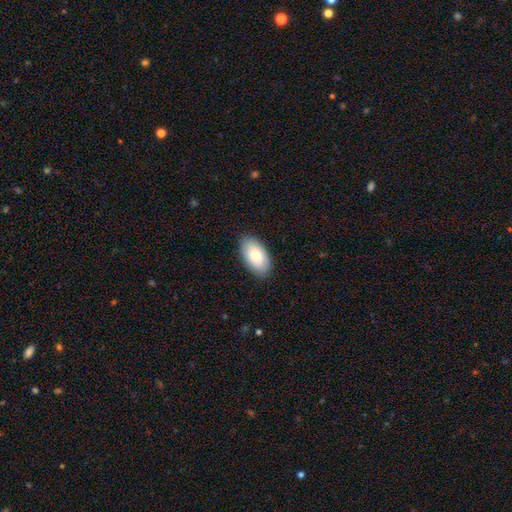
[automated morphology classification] Smooth or featured? smooth (79%)
How rounded? in between (95%)
Merging? none (86%)